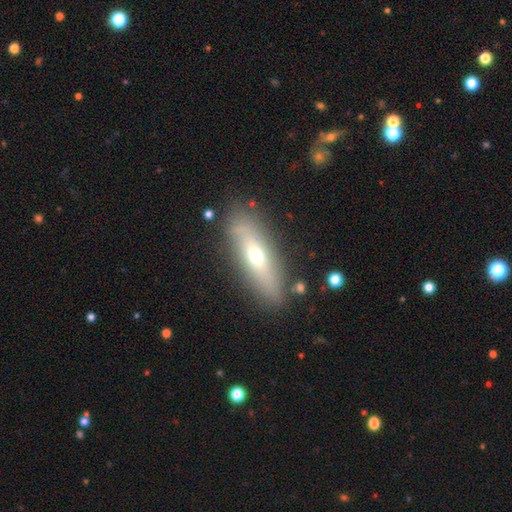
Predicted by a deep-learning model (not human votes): A featured or disk galaxy (46%, tied with smooth).

Vote fractions:
- Smooth or featured? featured or disk: 46% (tied) / smooth: 46% (tied) / star or artifact: 8%
- Merging? none: 82% / minor disturbance: 12% / major disturbance: 3% / merger: 3%